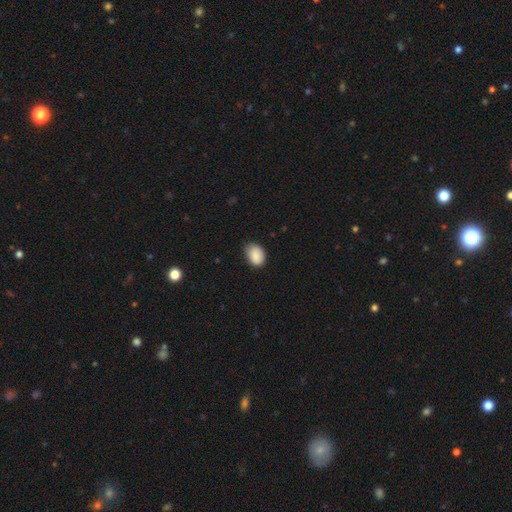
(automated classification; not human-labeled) smooth_or_featured: smooth (p=0.88) [alt: star or artifact p=0.07]
how_rounded: in between (p=0.76) [alt: round p=0.23]
merging: none (p=0.68) [alt: minor disturbance p=0.27]